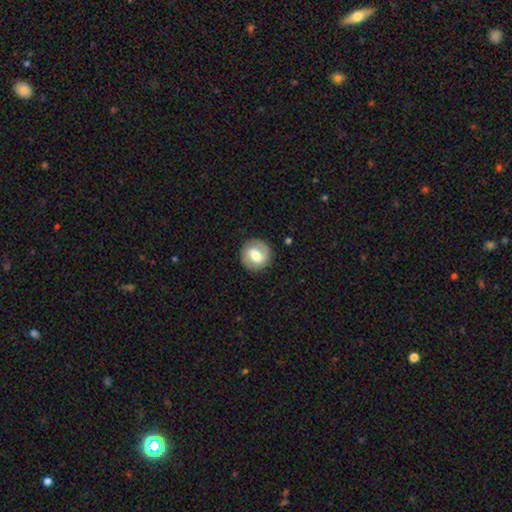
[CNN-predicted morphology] Smooth or featured?
  - featured or disk: 52% *
  - smooth: 41%
  - star or artifact: 6%
Edge-on disk?
  - no: 96% *
  - yes: 4%
Bar?
  - weak: 46% *
  - strong: 33%
  - no: 21%
Spiral arms?
  - yes: 67% *
  - no: 33%
Bulge size?
  - moderate: 60% *
  - large: 24%
  - small: 12%
  - dominant: 2%
  - none: 2%
Merging?
  - none: 86% *
  - minor disturbance: 10%
  - major disturbance: 4%
  - merger: 1%